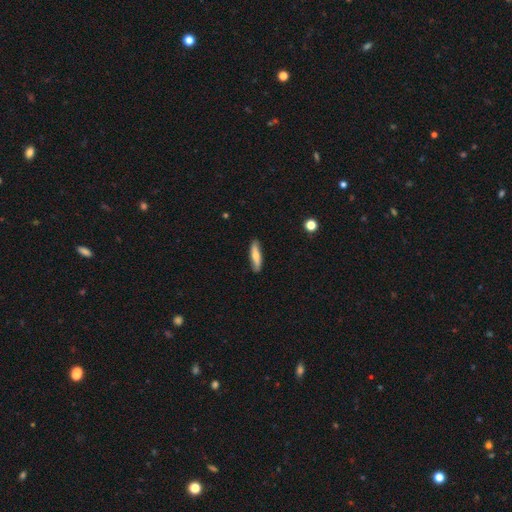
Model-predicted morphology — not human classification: Smooth or featured? Predicted: smooth (p=0.59). How rounded? Predicted: cigar-shaped (p=0.74). Merging? Predicted: none (p=0.85).